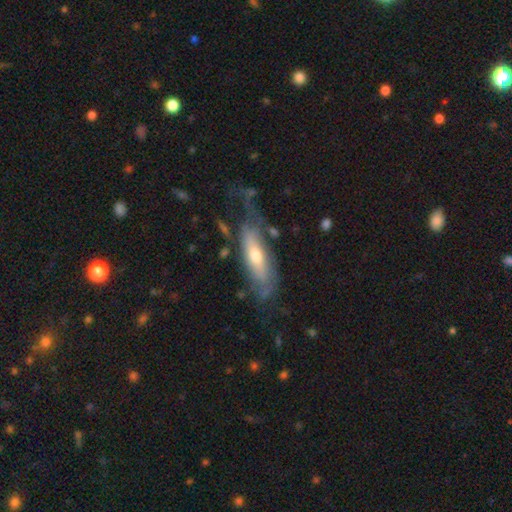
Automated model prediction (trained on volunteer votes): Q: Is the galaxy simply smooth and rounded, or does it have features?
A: featured or disk — 55%.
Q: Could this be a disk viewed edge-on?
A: no — 63%.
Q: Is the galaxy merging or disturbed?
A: none — 45%.